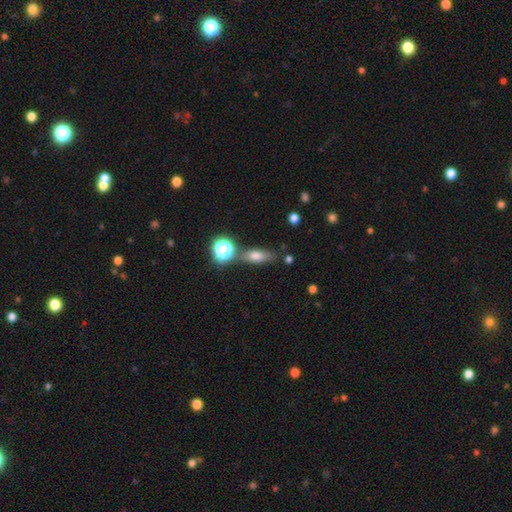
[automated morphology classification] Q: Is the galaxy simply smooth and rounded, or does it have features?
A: smooth — 69%.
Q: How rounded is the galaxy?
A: in between — 58%.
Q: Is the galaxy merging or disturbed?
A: none — 69%.